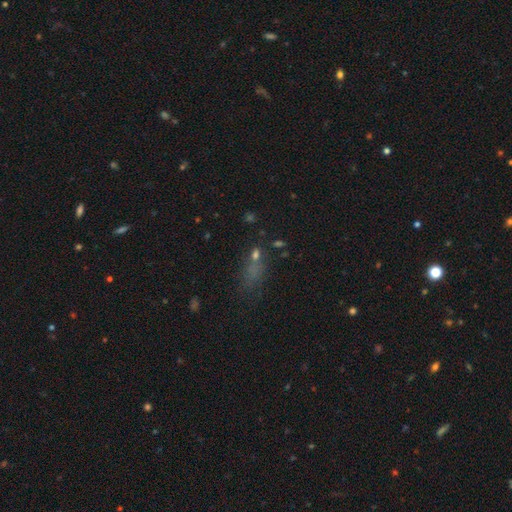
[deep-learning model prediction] smooth_or_featured: smooth (p=0.53) [alt: star or artifact p=0.30]
how_rounded: in between (p=0.68) [alt: round p=0.18]
merging: none (p=0.43) [alt: major disturbance p=0.24]